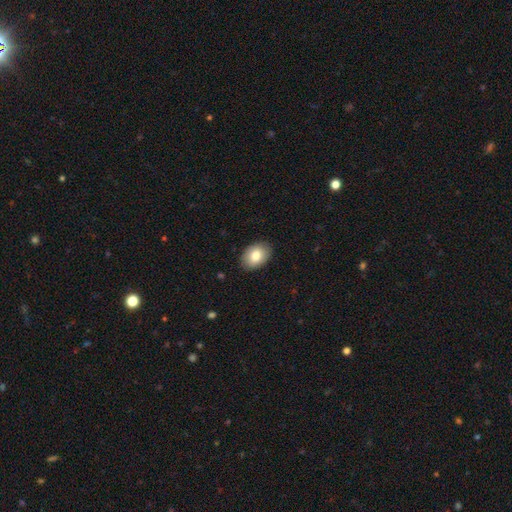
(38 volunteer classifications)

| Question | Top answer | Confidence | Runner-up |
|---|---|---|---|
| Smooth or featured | smooth | 87% | featured or disk (11%) |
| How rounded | in between | 88% | round (12%) |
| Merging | none | 81% | minor disturbance (16%) |